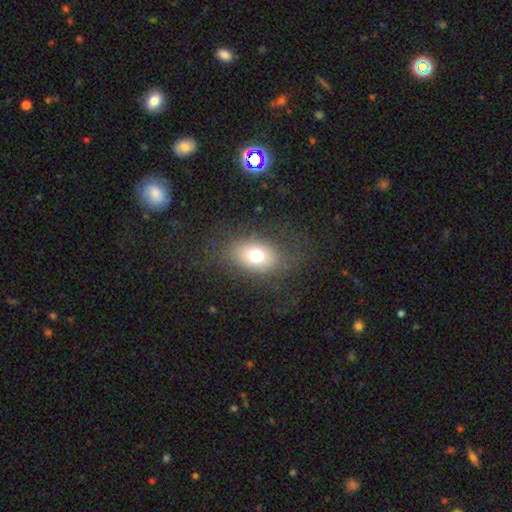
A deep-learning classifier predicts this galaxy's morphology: A smooth galaxy with no disk features (70%) that is in between round and cigar-shaped (80%).

Vote fractions:
- Smooth or featured? smooth: 70% / featured or disk: 18% / star or artifact: 12%
- How rounded? in between: 80% / round: 18% / cigar-shaped: 2%
- Merging? none: 75% / minor disturbance: 14% / major disturbance: 10% / merger: 1%